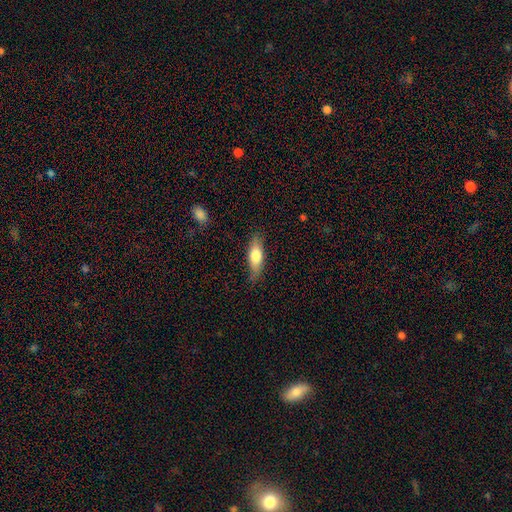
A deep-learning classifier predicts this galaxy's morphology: smooth-or-featured: smooth: 68% | featured or disk: 26% | star or artifact: 6%
  how-rounded: in between: 57% | cigar-shaped: 41% | round: 3%
  merging: none: 80% | minor disturbance: 16% | major disturbance: 3% | merger: 1%